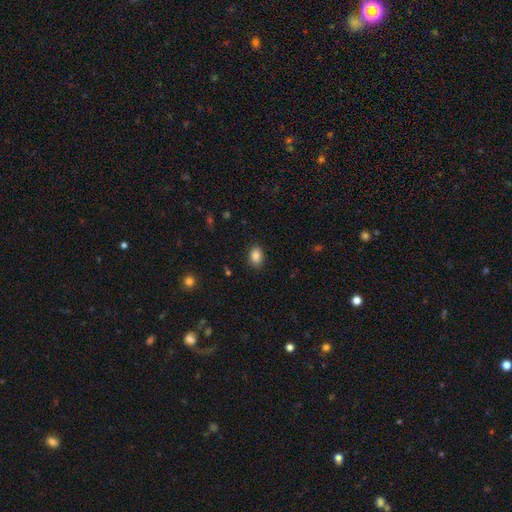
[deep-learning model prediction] Morphology: type=smooth (87%); roundness=in between (73%); merging=none (86%).